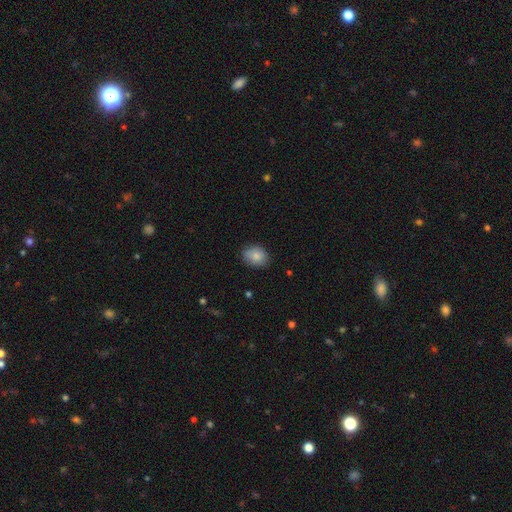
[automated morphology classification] Q: Smooth or featured?
A: smooth (85%); runner-up: star or artifact (8%)
Q: How rounded?
A: in between (61%); runner-up: round (38%)
Q: Merging?
A: none (82%); runner-up: minor disturbance (14%)